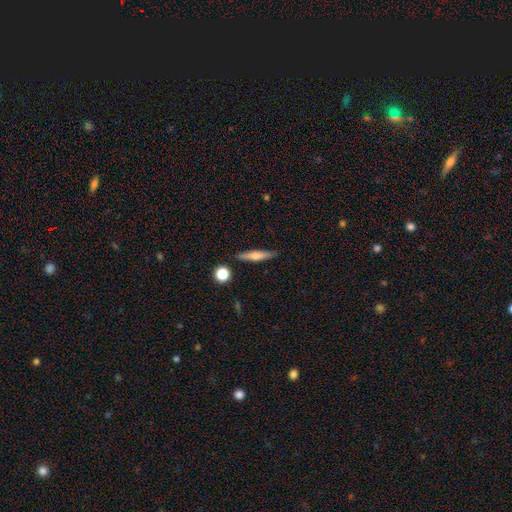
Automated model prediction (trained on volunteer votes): Smooth or featured?
  - smooth: 55% *
  - featured or disk: 38%
  - star or artifact: 7%
How rounded?
  - cigar-shaped: 85% *
  - in between: 12%
  - round: 3%
Merging?
  - none: 87% *
  - minor disturbance: 9%
  - merger: 3%
  - major disturbance: 2%